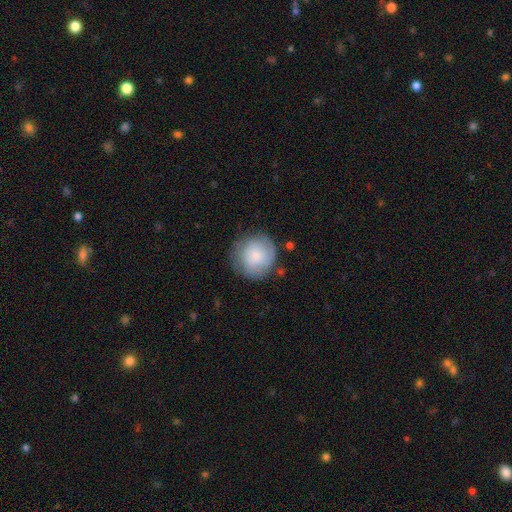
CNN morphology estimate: This is likely a smooth galaxy (67%). How rounded: clearly round (91%). Merging: likely none (73%).